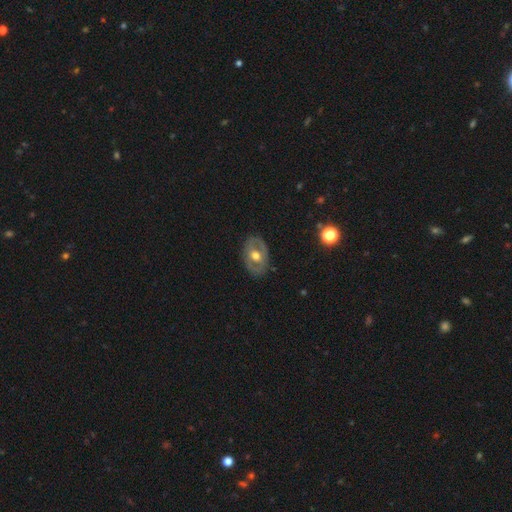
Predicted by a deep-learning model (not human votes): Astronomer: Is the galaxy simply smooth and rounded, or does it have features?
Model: featured or disk — 62%.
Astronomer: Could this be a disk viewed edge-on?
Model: no — 92%.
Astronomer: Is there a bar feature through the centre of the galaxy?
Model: no — 53% (runner-up: weak, 31%).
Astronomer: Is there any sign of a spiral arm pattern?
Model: no — 68%.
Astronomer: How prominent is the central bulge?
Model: moderate — 76%.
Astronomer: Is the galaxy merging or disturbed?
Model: none — 81%.